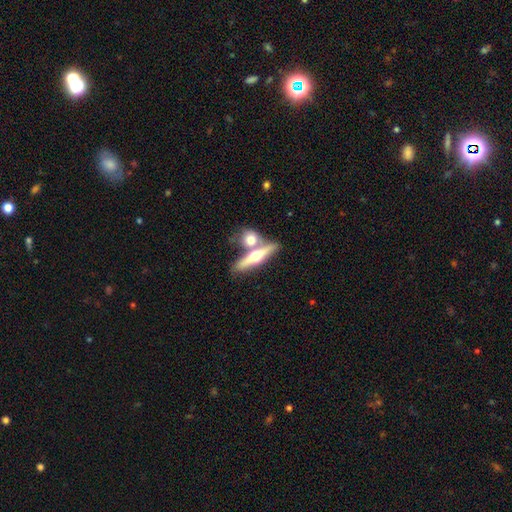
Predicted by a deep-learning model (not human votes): A featured or disk galaxy (58%) viewed edge-on (89%) with a rounded central bulge (95%).

Vote fractions:
- Smooth or featured? featured or disk: 58% / smooth: 36% / star or artifact: 6%
- Edge-on disk? yes: 89% / no: 11%
- Edge-on bulge? rounded: 95% / none: 3% / boxy: 2%
- Merging? none: 50% / merger: 37% / minor disturbance: 9% / major disturbance: 4%